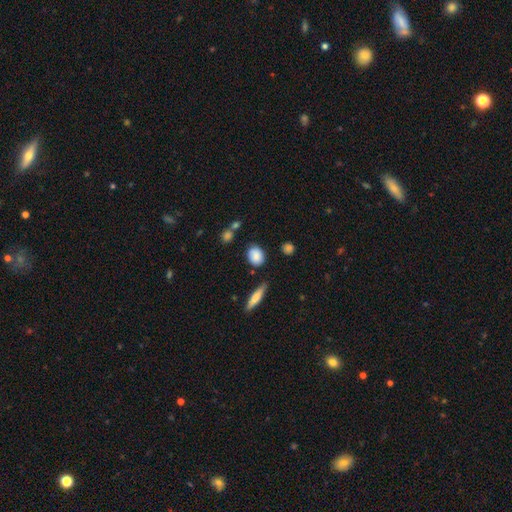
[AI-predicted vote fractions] This is clearly a smooth galaxy (83%). How rounded: possibly in between (54%). Merging: likely none (76%).